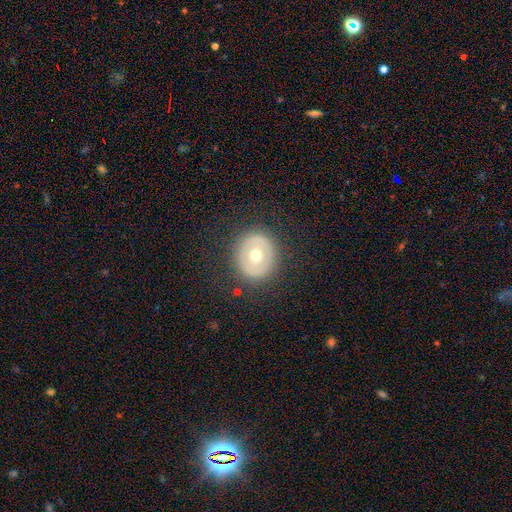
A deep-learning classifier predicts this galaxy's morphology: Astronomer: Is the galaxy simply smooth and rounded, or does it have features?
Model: smooth — 48% (runner-up: featured or disk, 44%).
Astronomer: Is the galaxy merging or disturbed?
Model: none — 86%.